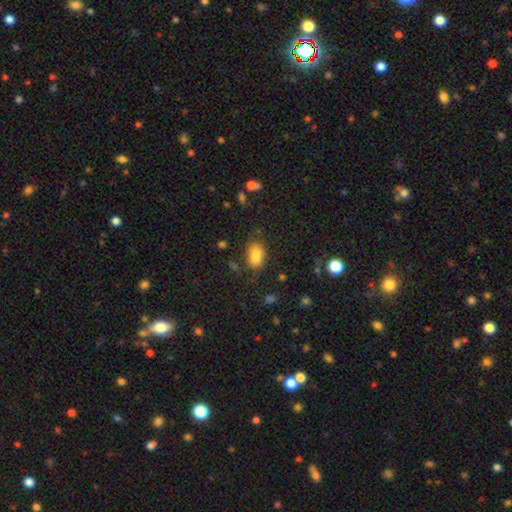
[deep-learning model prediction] smooth 81%, star or artifact 10%, featured or disk 8%. Down the decision tree: how rounded — in between (88%); merging — none (61%).